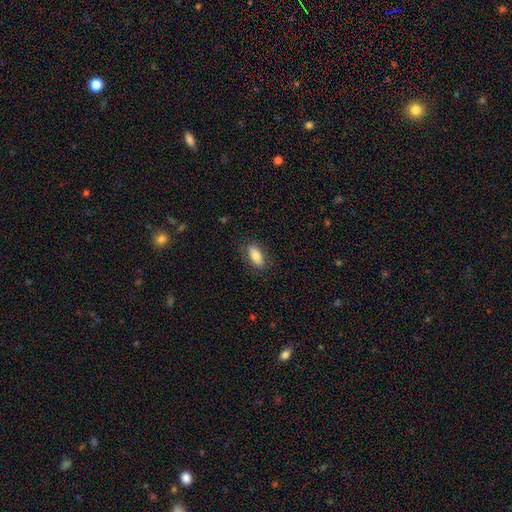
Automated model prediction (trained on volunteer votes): This appears to be a smooth galaxy with no disk features (78%) that is in between round and cigar-shaped (86%). Merging: none (83%).